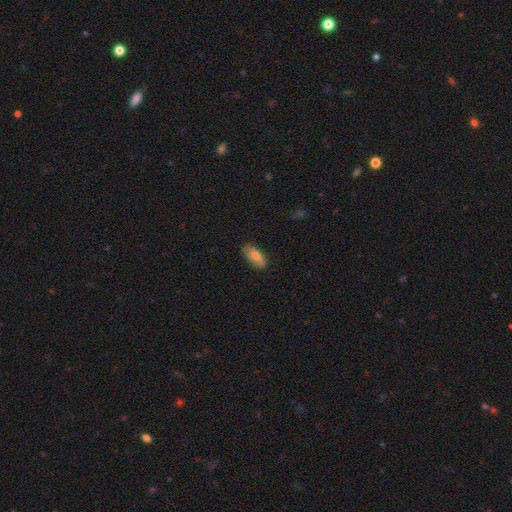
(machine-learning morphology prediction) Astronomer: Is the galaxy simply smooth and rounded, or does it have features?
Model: smooth — 78%.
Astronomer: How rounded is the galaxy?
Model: in between — 84%.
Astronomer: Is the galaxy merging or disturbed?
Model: none — 78%.